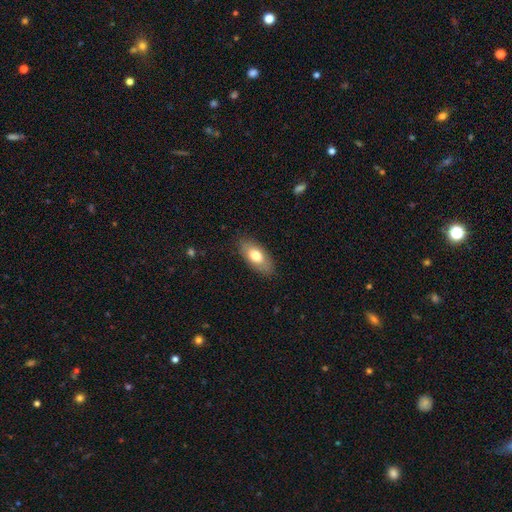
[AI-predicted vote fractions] This appears to be a smooth galaxy with no disk features (72%) that is in between round and cigar-shaped (89%). Merging: none (85%).